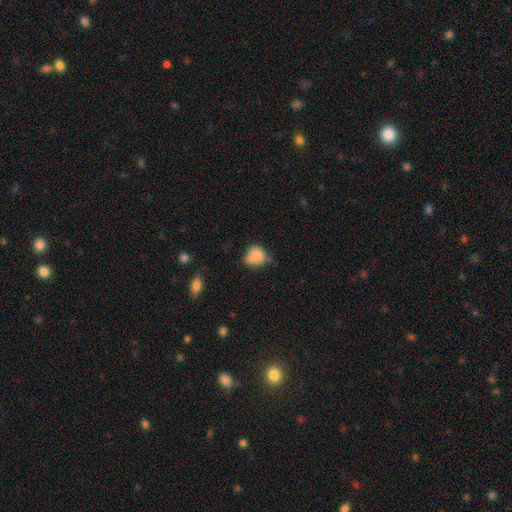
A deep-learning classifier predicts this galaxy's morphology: smooth_or_featured: smooth (p=0.75) [alt: featured or disk p=0.15]
how_rounded: round (p=0.61) [alt: in between p=0.38]
merging: none (p=0.39) [alt: minor disturbance p=0.27]